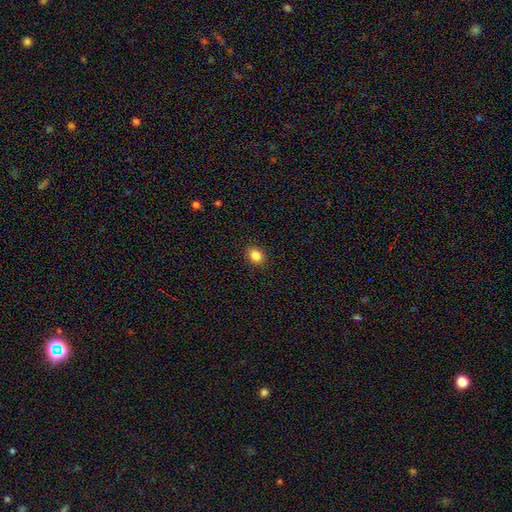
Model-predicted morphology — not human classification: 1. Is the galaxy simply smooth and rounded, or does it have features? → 86% smooth, 10% star or artifact, 4% featured or disk.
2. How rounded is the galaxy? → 53% round, 46% in between, 1% cigar-shaped.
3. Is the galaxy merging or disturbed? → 90% none, 7% minor disturbance, 2% major disturbance, 1% merger.